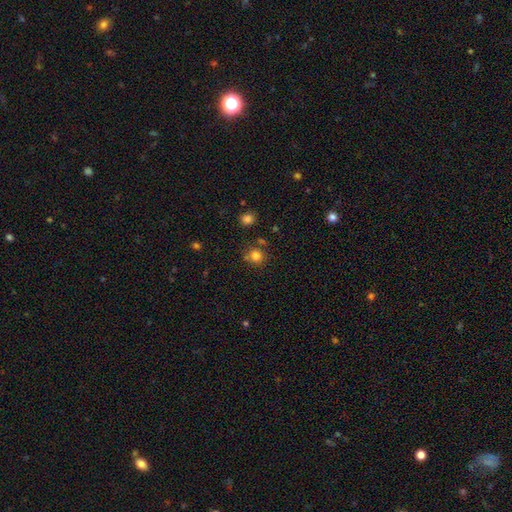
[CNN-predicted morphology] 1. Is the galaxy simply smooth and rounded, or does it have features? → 80% smooth, 14% star or artifact, 6% featured or disk.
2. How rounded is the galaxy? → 86% round, 13% in between, 1% cigar-shaped.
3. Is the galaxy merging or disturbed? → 72% none, 13% minor disturbance, 11% merger, 4% major disturbance.